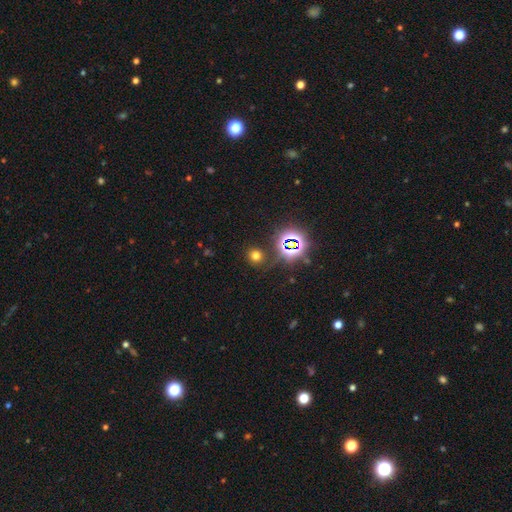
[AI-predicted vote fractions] smooth_or_featured: smooth (p=0.64) [alt: star or artifact p=0.29]
how_rounded: round (p=0.82) [alt: in between p=0.17]
merging: none (p=0.84) [alt: minor disturbance p=0.09]